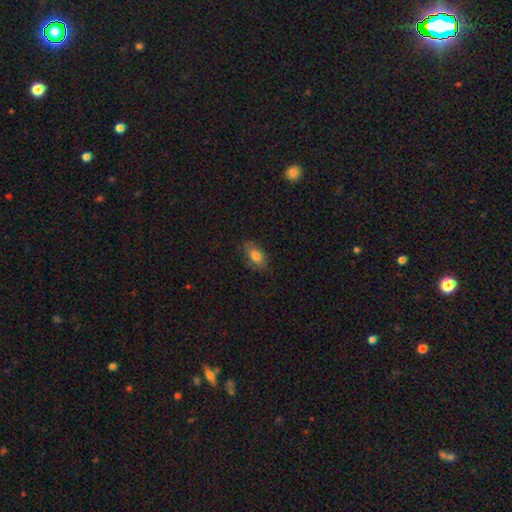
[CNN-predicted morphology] smooth_or_featured: smooth (p=0.77) [alt: featured or disk p=0.15]
how_rounded: in between (p=0.88) [alt: round p=0.08]
merging: none (p=0.75) [alt: minor disturbance p=0.19]